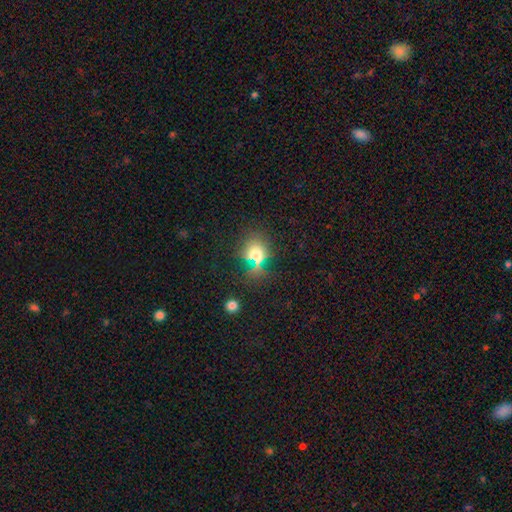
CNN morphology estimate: Smooth or featured?
  - smooth: 69% *
  - star or artifact: 21%
  - featured or disk: 10%
How rounded?
  - round: 69% *
  - in between: 29%
  - cigar-shaped: 2%
Merging?
  - none: 69% *
  - minor disturbance: 14%
  - merger: 9%
  - major disturbance: 7%